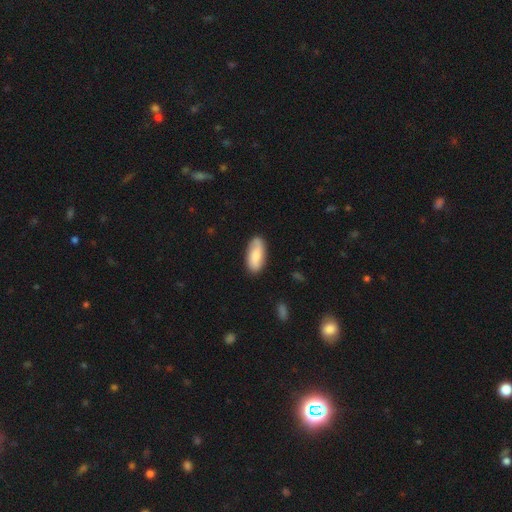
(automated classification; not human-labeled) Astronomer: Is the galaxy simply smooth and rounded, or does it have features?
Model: smooth — 73%.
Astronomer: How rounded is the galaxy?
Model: in between — 88%.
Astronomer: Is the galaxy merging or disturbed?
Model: none — 83%.